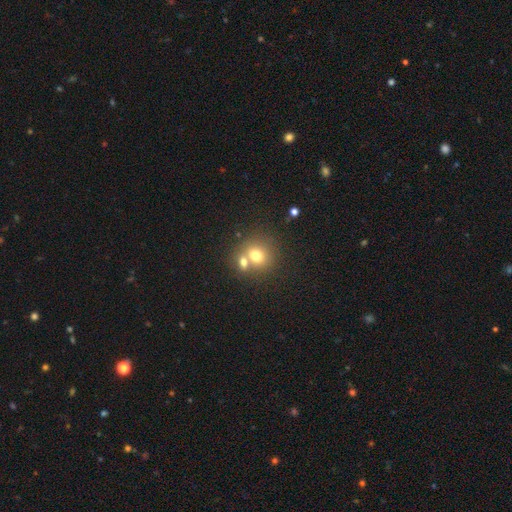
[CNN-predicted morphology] Smooth or featured? smooth (72%)
How rounded? round (75%)
Merging? merger (48%)